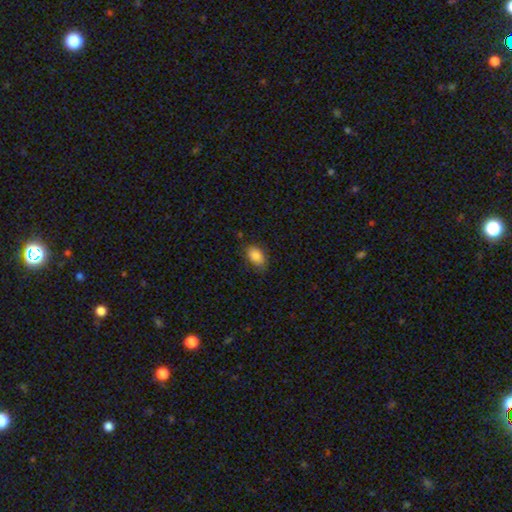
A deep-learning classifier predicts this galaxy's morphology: A smooth galaxy with no disk features (84%) that is in between round and cigar-shaped (84%). Merging: none (73%).